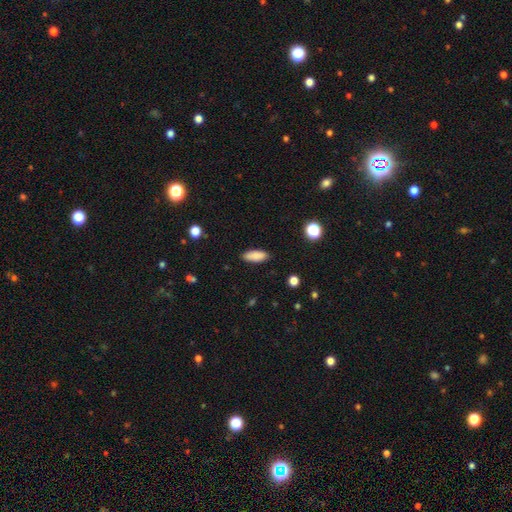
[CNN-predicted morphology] smooth-or-featured: smooth: 87% | star or artifact: 7% | featured or disk: 5%
  how-rounded: in between: 73% | cigar-shaped: 25% | round: 2%
  merging: none: 88% | minor disturbance: 9% | major disturbance: 2% | merger: 1%